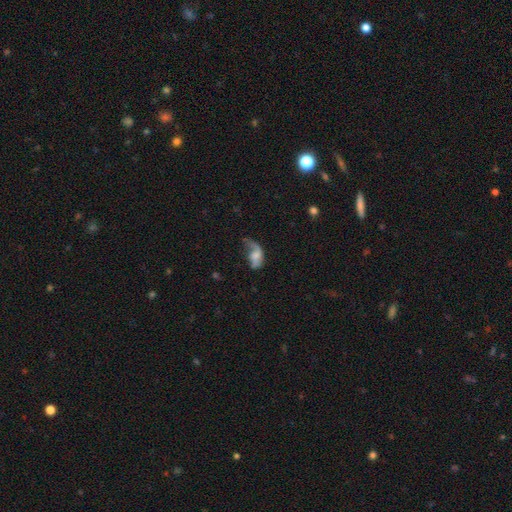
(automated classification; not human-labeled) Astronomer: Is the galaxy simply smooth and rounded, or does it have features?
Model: featured or disk — 51% (runner-up: smooth, 39%).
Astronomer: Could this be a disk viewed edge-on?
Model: no — 94%.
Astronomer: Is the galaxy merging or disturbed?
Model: major disturbance — 48% (runner-up: none, 24%).